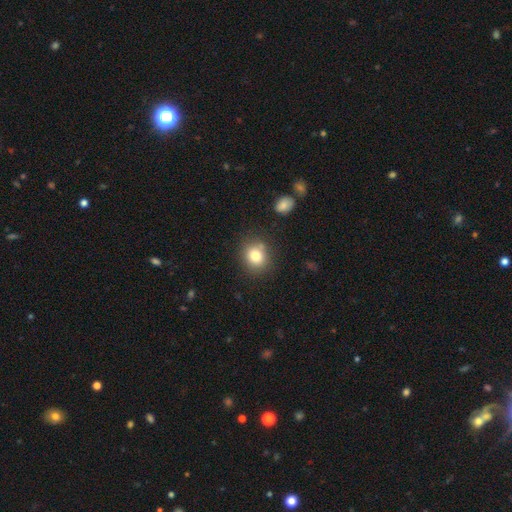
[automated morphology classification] The model was most divided on "how rounded": round: 73%, in between: 26%, cigar-shaped: 1%. More confident: smooth or featured — smooth (80%); merging — none (79%).